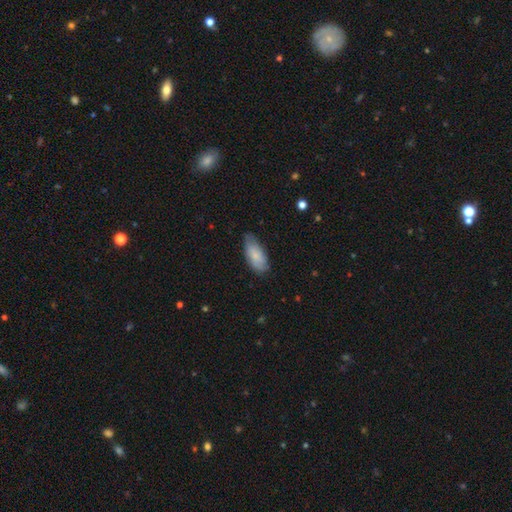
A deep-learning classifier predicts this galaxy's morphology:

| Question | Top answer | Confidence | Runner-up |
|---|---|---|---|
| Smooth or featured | smooth | 77% | featured or disk (17%) |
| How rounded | in between | 88% | cigar-shaped (10%) |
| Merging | none | 64% | minor disturbance (30%) |